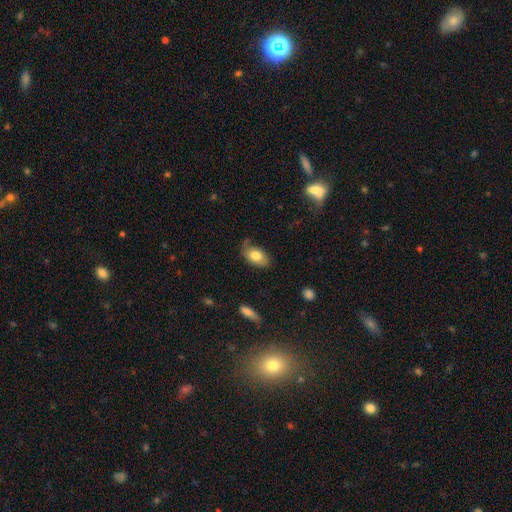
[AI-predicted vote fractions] smooth 75%, featured or disk 18%, star or artifact 7%. Down the decision tree: how rounded — in between (91%); merging — none (63%).